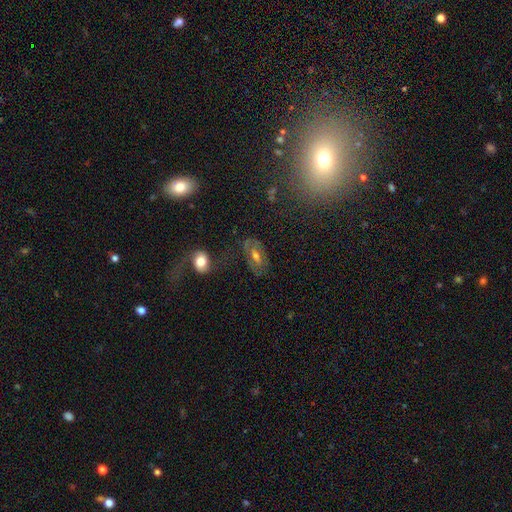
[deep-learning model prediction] Smooth or featured? Predicted: featured or disk (p=0.53). Edge-on disk? Predicted: no (p=0.88). Merging? Predicted: none (p=0.66).